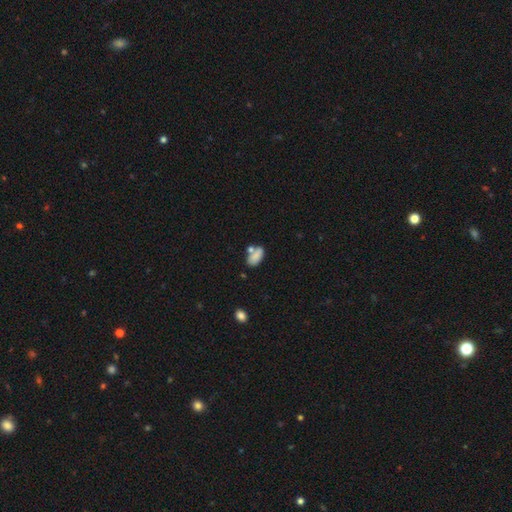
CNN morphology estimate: This appears to be a smooth galaxy with no disk features (80%) that is in between round and cigar-shaped (90%). Merging: none (49%).